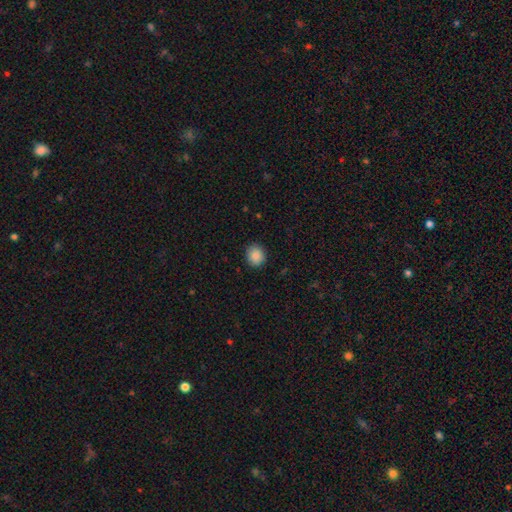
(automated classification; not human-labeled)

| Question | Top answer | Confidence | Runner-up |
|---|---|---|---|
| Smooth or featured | smooth | 88% | star or artifact (8%) |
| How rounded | round | 74% | in between (25%) |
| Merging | none | 89% | minor disturbance (8%) |